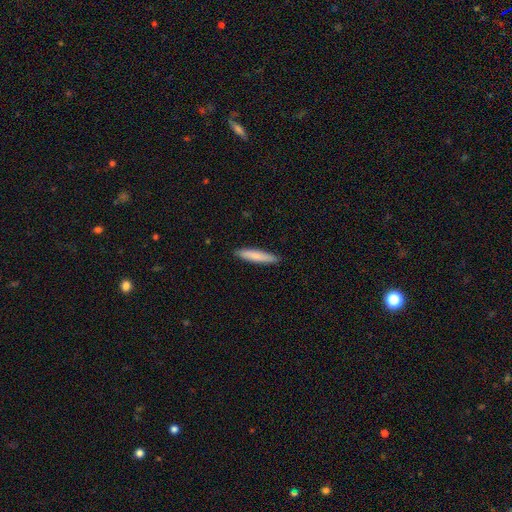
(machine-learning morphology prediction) Smooth or featured? smooth (80%)
How rounded? cigar-shaped (90%)
Merging? none (90%)